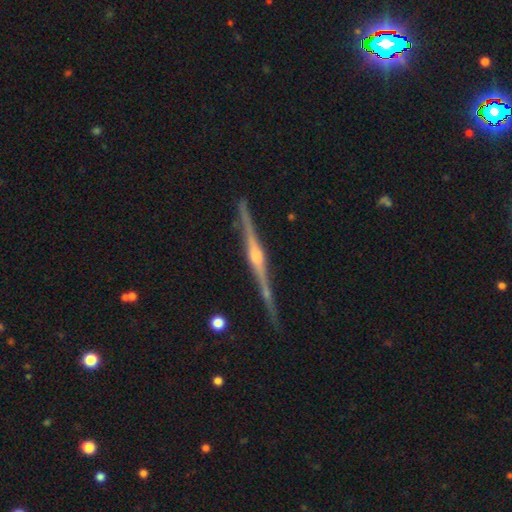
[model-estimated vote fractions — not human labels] Smooth or featured? featured or disk (89%)
Edge-on disk? yes (99%)
Edge-on bulge? rounded (89%)
Merging? none (89%)